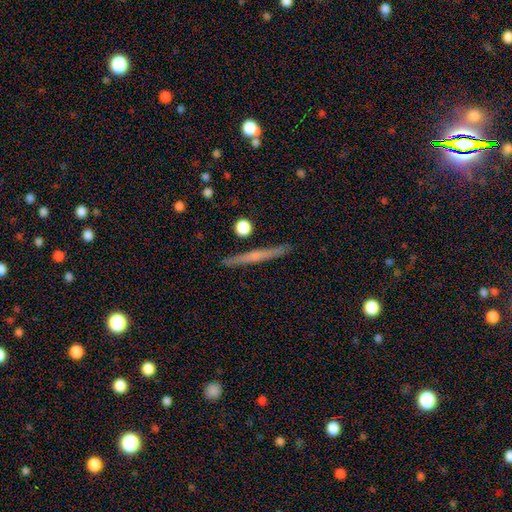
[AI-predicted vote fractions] Smooth or featured? featured or disk (55%)
Edge-on disk? yes (97%)
Edge-on bulge? none (61%)
Merging? none (91%)